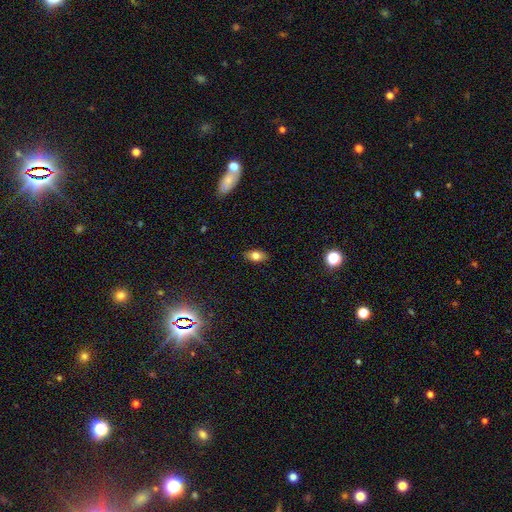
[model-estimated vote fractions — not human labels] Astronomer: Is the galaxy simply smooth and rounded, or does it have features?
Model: smooth — 75%.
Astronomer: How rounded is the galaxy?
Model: in between — 88%.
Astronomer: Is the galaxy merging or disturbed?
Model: none — 87%.